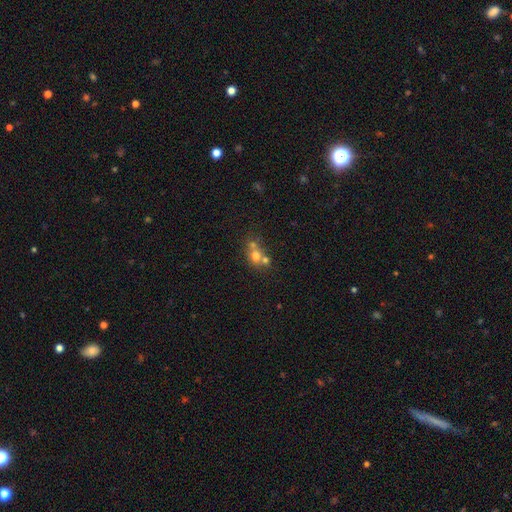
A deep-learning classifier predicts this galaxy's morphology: Overall: smooth (63%). How rounded: round (71%). Merging: merger (53%; none 35%).